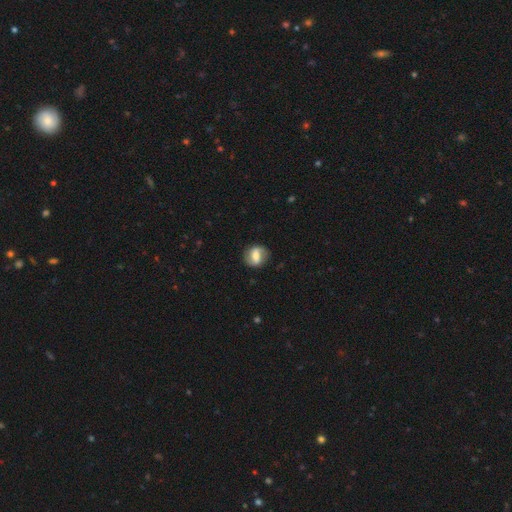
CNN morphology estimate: Smooth or featured?
  - featured or disk: 51% *
  - smooth: 41%
  - star or artifact: 8%
Edge-on disk?
  - no: 95% *
  - yes: 5%
Merging?
  - none: 79% *
  - minor disturbance: 15%
  - major disturbance: 5%
  - merger: 1%